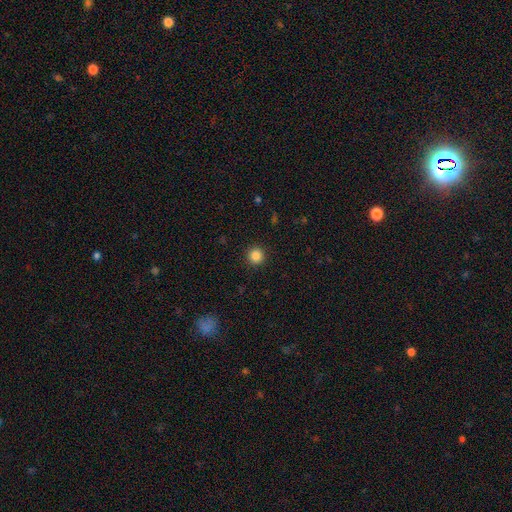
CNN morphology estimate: Overall: smooth (85%). How rounded: round (95%). Merging: none (92%).